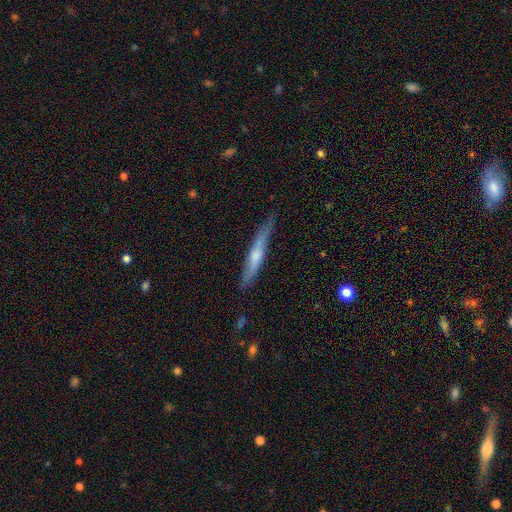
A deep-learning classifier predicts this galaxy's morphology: Smooth or featured? Predicted: featured or disk (p=0.53). Edge-on disk? Predicted: yes (p=0.91). Merging? Predicted: none (p=0.76).